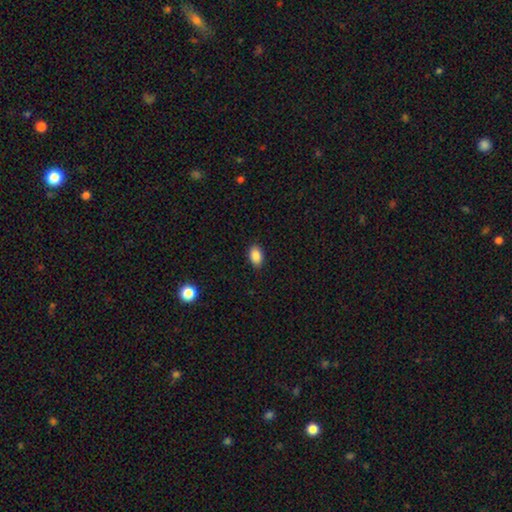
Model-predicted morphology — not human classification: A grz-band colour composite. It shows a smooth galaxy with no disk features (88%) that is in between round and cigar-shaped (88%). Merging: none (88%).